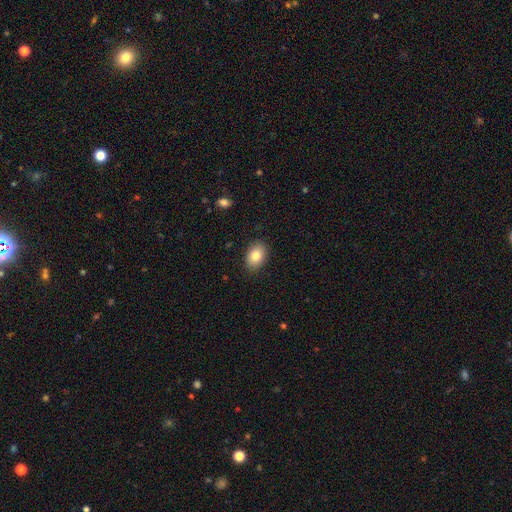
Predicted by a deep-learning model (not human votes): The model was most divided on "how rounded": in between: 84%, round: 15%, cigar-shaped: 1%. More confident: merging — none (88%); smooth or featured — smooth (81%).